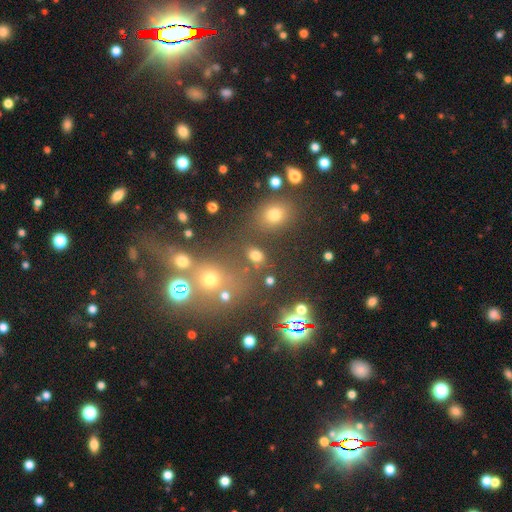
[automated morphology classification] Overall: smooth (72%). How rounded: in between (58%; round 40%). Merging: none (72%).